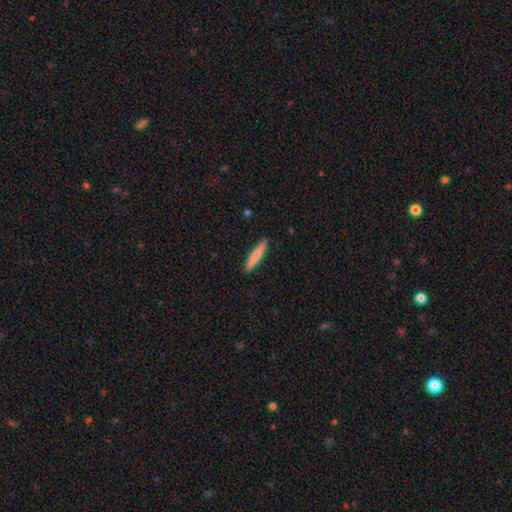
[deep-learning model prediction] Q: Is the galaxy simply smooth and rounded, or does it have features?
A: smooth — 79%.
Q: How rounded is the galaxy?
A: cigar-shaped — 93%.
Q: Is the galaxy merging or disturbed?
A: none — 91%.